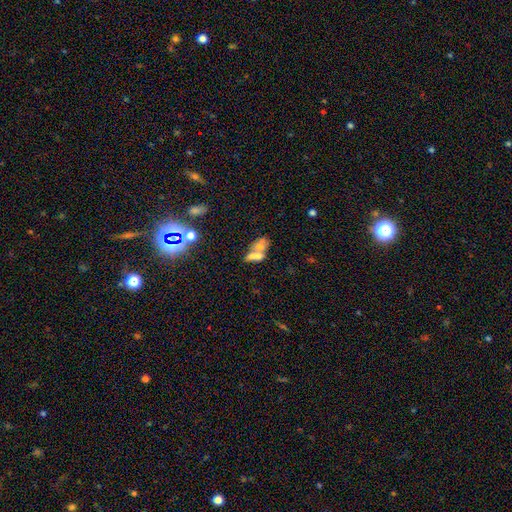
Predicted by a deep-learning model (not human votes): Smooth or featured? smooth (50%)
Merging? merger (65%)